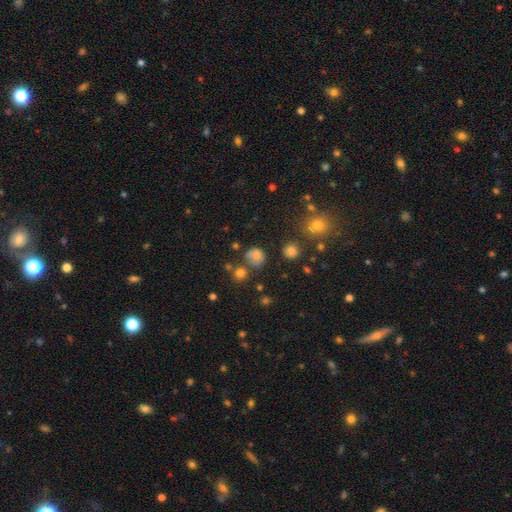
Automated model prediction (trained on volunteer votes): smooth-or-featured: smooth: 73% | star or artifact: 16% | featured or disk: 11%
  how-rounded: round: 84% | in between: 15% | cigar-shaped: 1%
  merging: none: 68% | minor disturbance: 18% | merger: 8% | major disturbance: 6%